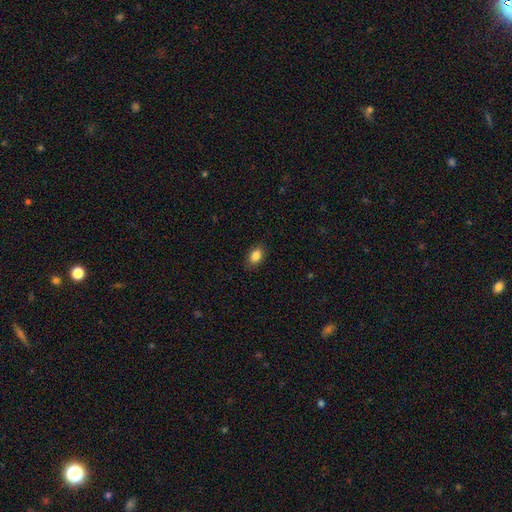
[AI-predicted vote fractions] This appears to be a smooth galaxy with no disk features (86%) that is in between round and cigar-shaped (82%). Merging: none (86%).